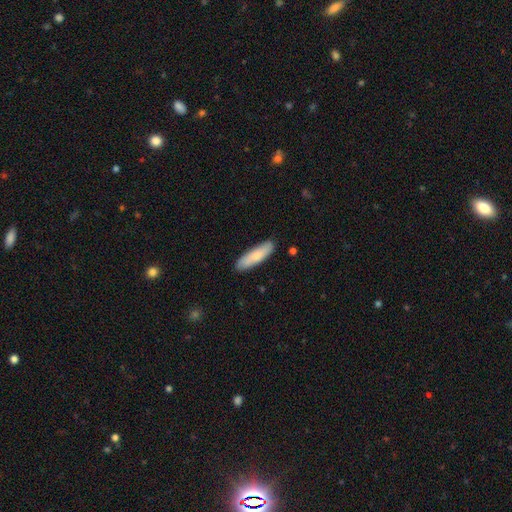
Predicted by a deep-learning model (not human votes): smooth_or_featured: smooth (p=0.78) [alt: featured or disk p=0.17]
how_rounded: cigar-shaped (p=0.63) [alt: in between p=0.36]
merging: none (p=0.86) [alt: minor disturbance p=0.11]